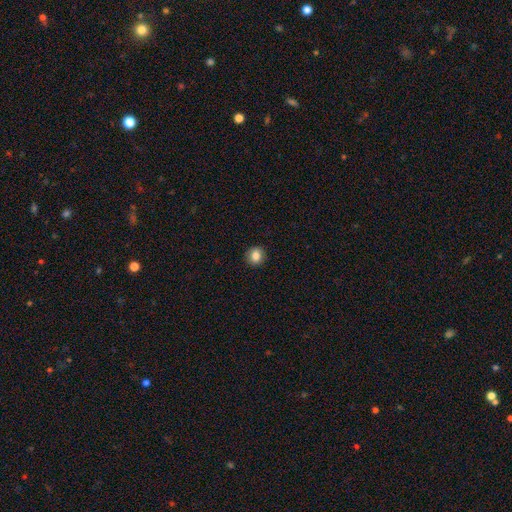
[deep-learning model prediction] A smooth galaxy with no disk features (84%) that is round (83%). Merging: none (90%).